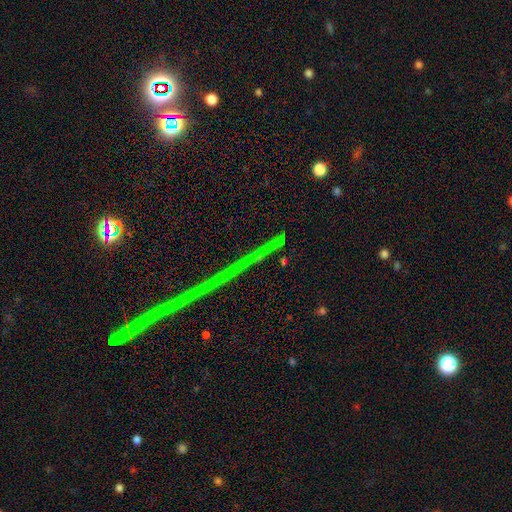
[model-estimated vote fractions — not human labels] Smooth or featured? Predicted: star or artifact (p=0.80).